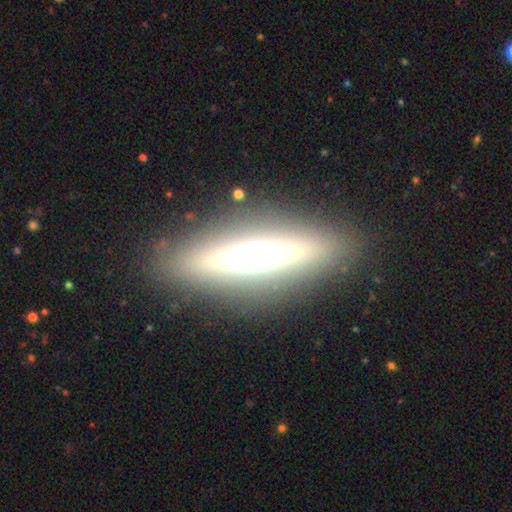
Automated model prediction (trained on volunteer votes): This appears to be a featured or disk galaxy (65%) viewed edge-on (90%) with a rounded central bulge (78%). Merging: none (86%).